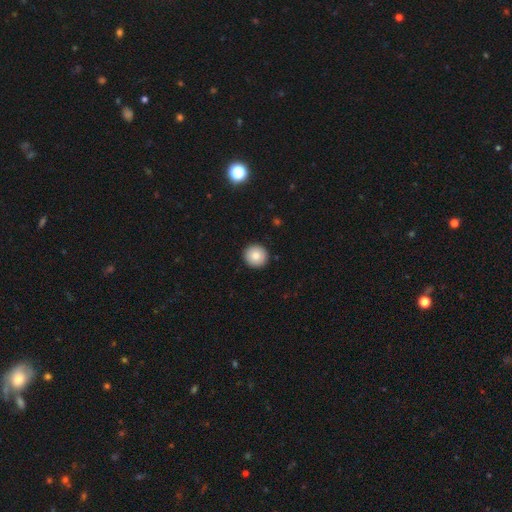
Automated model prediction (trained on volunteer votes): Smooth or featured?
  - smooth: 83% *
  - star or artifact: 9%
  - featured or disk: 8%
How rounded?
  - round: 95% *
  - in between: 4%
  - cigar-shaped: 1%
Merging?
  - none: 93% *
  - minor disturbance: 5%
  - major disturbance: 1%
  - merger: 1%